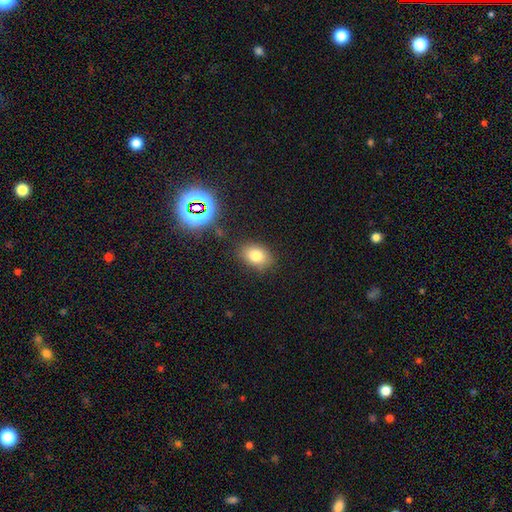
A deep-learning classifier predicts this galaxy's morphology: This is likely a smooth galaxy (78%). How rounded: likely in between (74%). Merging: clearly none (82%).